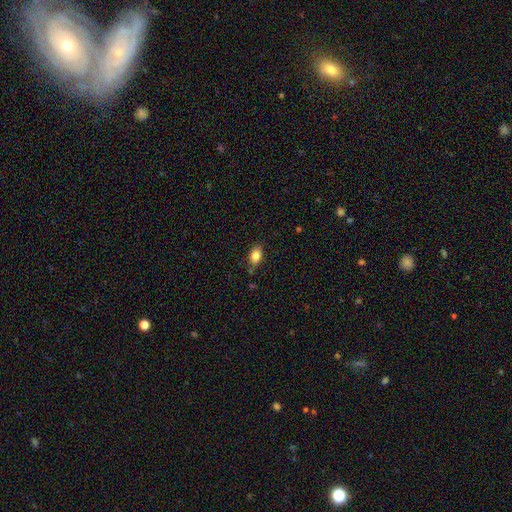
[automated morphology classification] Smooth or featured? smooth (83%)
How rounded? in between (83%)
Merging? none (77%)